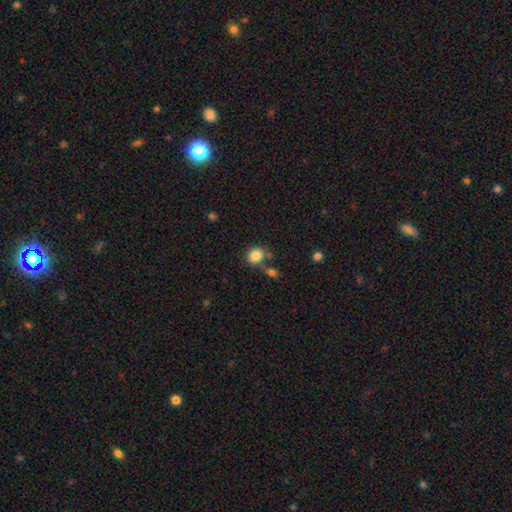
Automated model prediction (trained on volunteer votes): smooth-or-featured: smooth: 85% | star or artifact: 9% | featured or disk: 6%
  how-rounded: round: 75% | in between: 24% | cigar-shaped: 1%
  merging: none: 64% | merger: 18% | minor disturbance: 13% | major disturbance: 5%